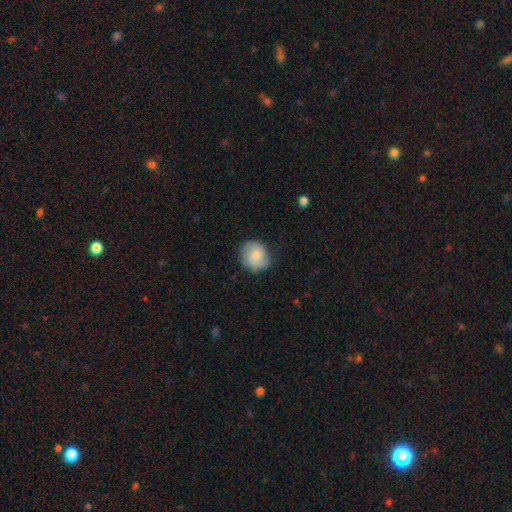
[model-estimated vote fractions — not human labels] A smooth galaxy with no disk features (68%) that is round (79%). Merging: none (72%).